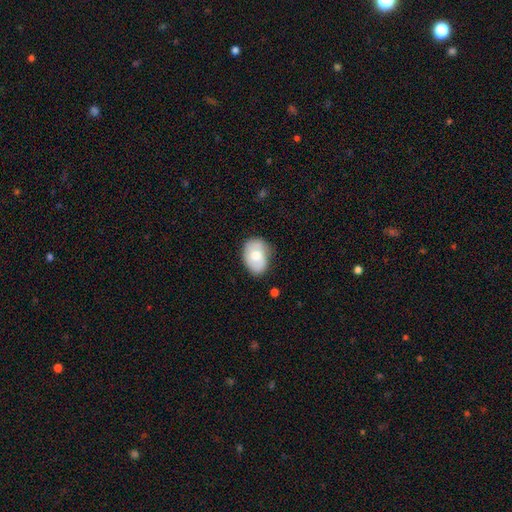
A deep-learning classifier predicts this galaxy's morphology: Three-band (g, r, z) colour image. It shows a smooth galaxy with no disk features (60%) that is in between round and cigar-shaped (77%). Merging: none (69%).